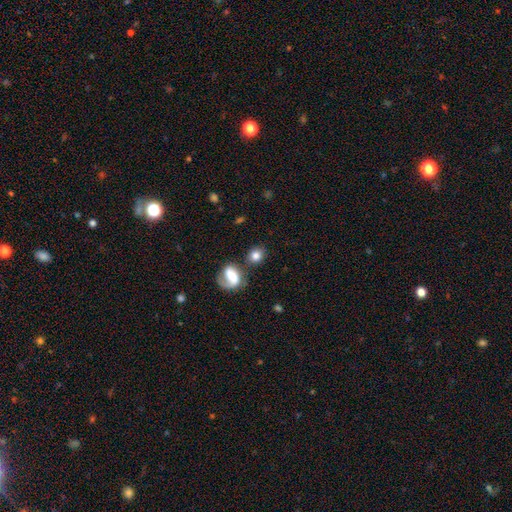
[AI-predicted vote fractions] smooth 78%, featured or disk 13%, star or artifact 9%. Down the decision tree: how rounded — round (73%); merging — none (69%).